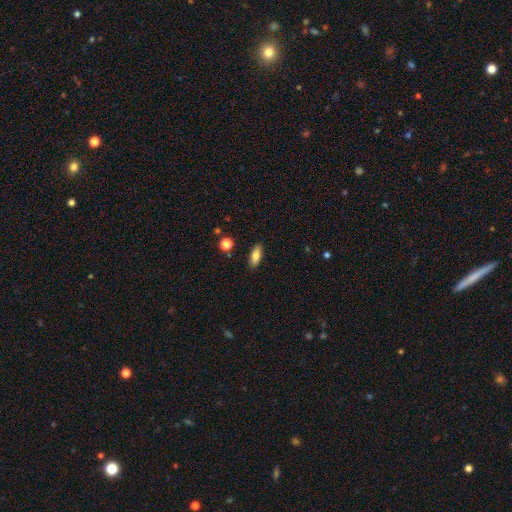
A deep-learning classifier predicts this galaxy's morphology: type=smooth (80%); roundness=in between (78%); merging=none (87%).